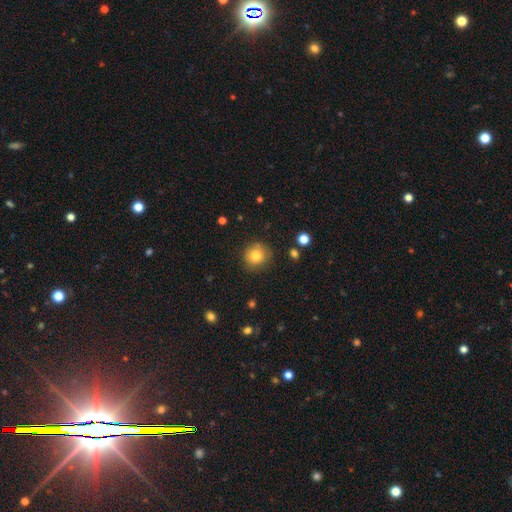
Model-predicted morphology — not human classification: type=smooth (81%); roundness=round (91%); merging=none (85%).